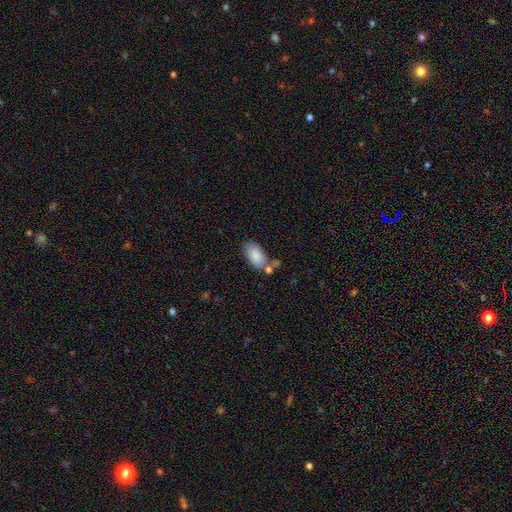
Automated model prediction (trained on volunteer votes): This is clearly a smooth galaxy (86%). How rounded: clearly in between (94%). Merging: possibly none (58%).